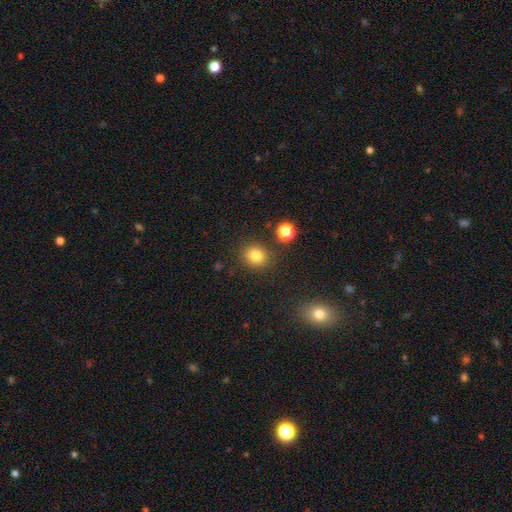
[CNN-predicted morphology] This appears to be a smooth galaxy with no disk features (81%) that is round (77%). Merging: none (83%).